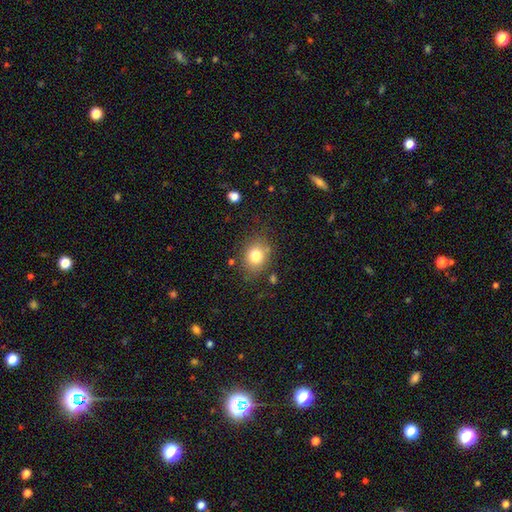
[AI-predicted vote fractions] smooth_or_featured: smooth (p=0.79) [alt: star or artifact p=0.11]
how_rounded: round (p=0.56) [alt: in between p=0.44]
merging: none (p=0.78) [alt: minor disturbance p=0.14]